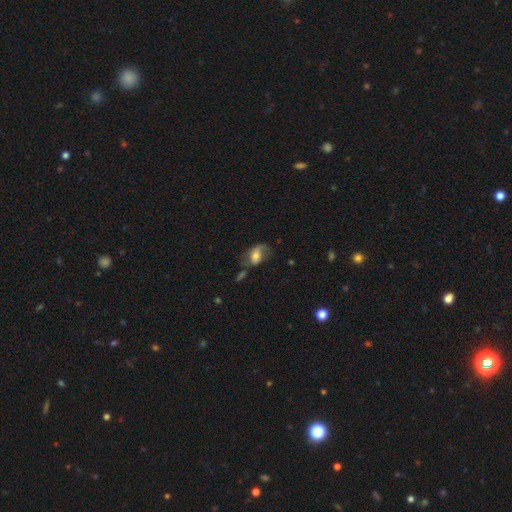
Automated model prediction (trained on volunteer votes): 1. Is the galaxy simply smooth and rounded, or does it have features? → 47% smooth, 45% featured or disk, 9% star or artifact.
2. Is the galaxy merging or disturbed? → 41% none, 26% minor disturbance, 24% major disturbance, 9% merger.